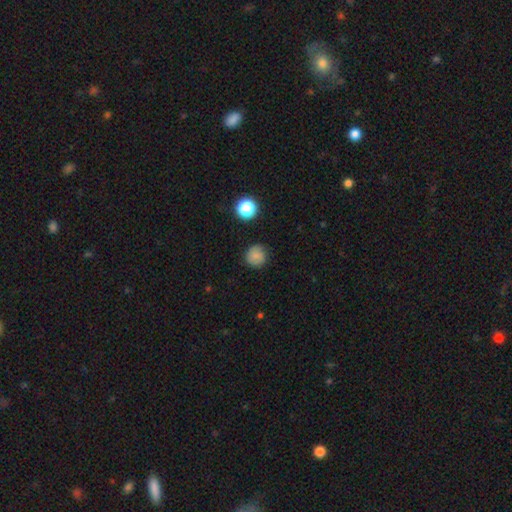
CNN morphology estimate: This is clearly a smooth galaxy (81%). How rounded: clearly round (93%). Merging: clearly none (84%).